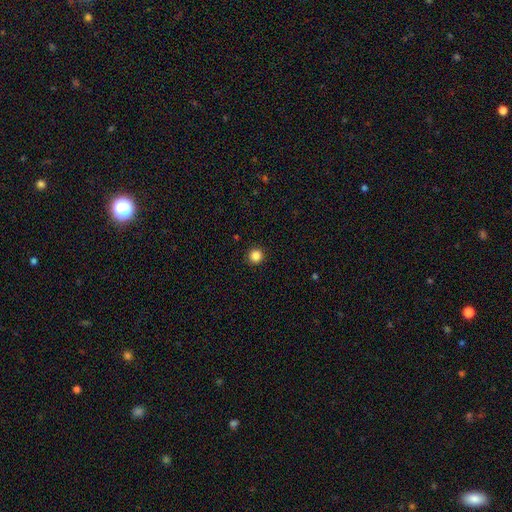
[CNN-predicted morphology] Smooth or featured: smooth — 86% (star or artifact — 11%)
How rounded: round — 95% (in between — 4%)
Merging: none — 93% (minor disturbance — 4%)